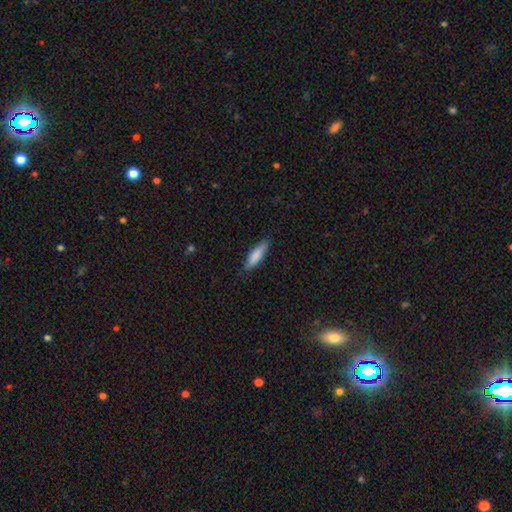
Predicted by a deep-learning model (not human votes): A smooth galaxy with no disk features (84%) that is cigar-shaped (61%). Merging: none (83%).